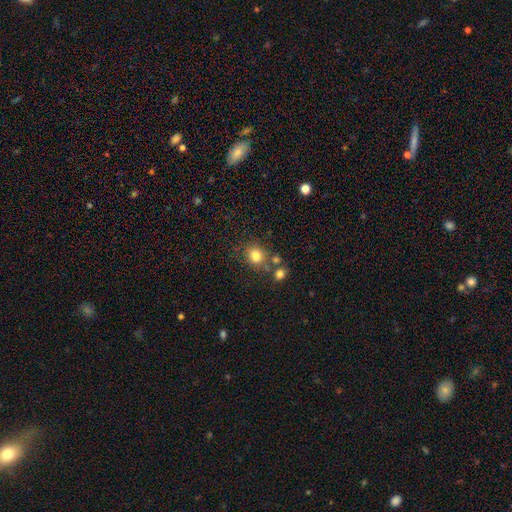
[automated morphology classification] type=smooth (80%); roundness=round (77%); merging=none (67%).